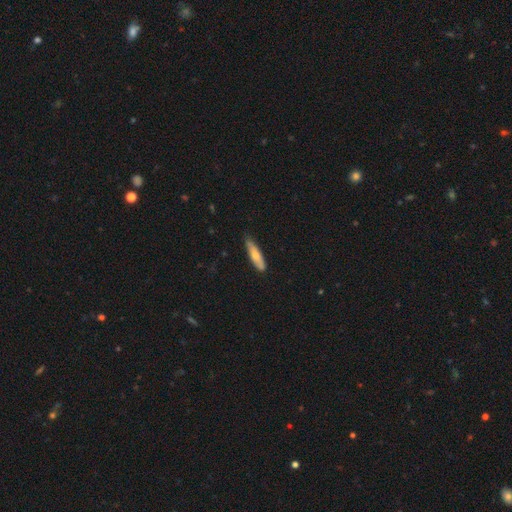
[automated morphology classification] type=smooth (65%); roundness=cigar-shaped (71%); merging=none (75%).